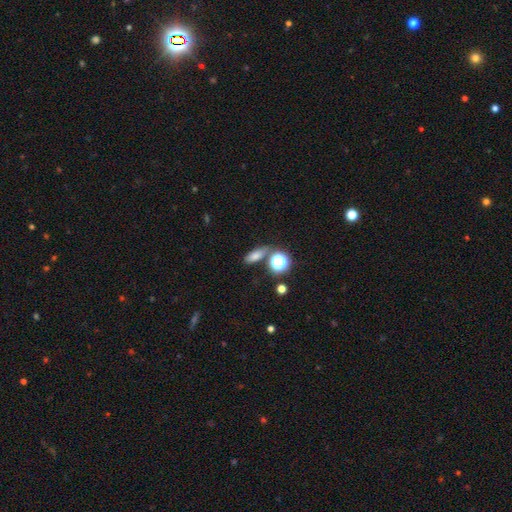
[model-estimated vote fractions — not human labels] smooth 70%, star or artifact 19%, featured or disk 11%. Down the decision tree: how rounded — in between (64%); merging — none (73%).